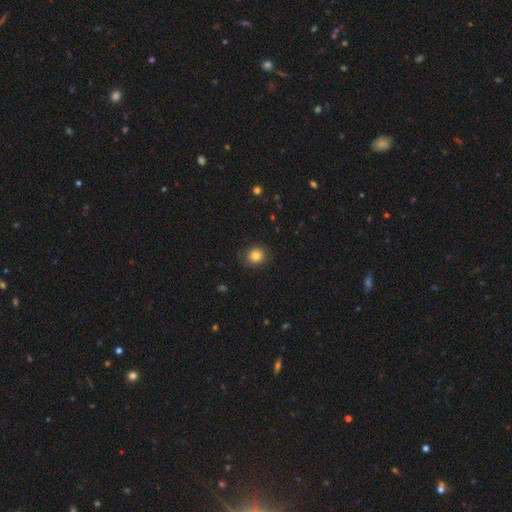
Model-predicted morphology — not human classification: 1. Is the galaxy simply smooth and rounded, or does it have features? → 81% smooth, 10% star or artifact, 9% featured or disk.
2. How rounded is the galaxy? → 77% round, 22% in between, 1% cigar-shaped.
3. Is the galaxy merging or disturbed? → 80% none, 15% minor disturbance, 4% major disturbance, 1% merger.